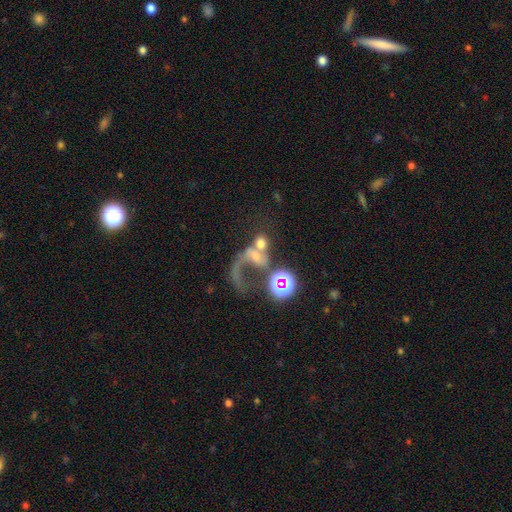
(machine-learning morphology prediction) smooth_or_featured: featured or disk (p=0.46) [alt: smooth p=0.34]
merging: merger (p=0.53) [alt: major disturbance p=0.27]